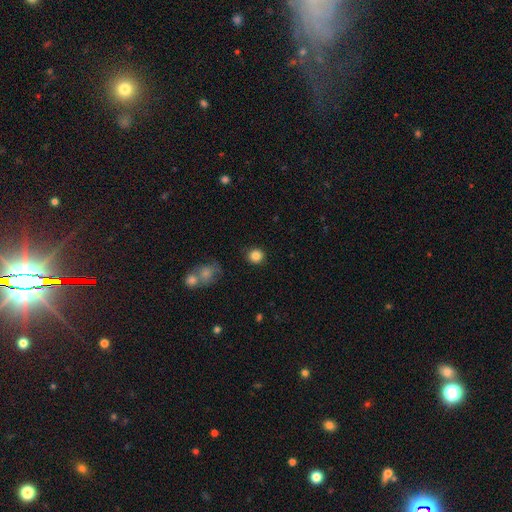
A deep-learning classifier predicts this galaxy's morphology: smooth-or-featured: smooth: 84% | star or artifact: 11% | featured or disk: 5%
  how-rounded: round: 90% | in between: 9% | cigar-shaped: 1%
  merging: none: 89% | minor disturbance: 7% | major disturbance: 2% | merger: 2%